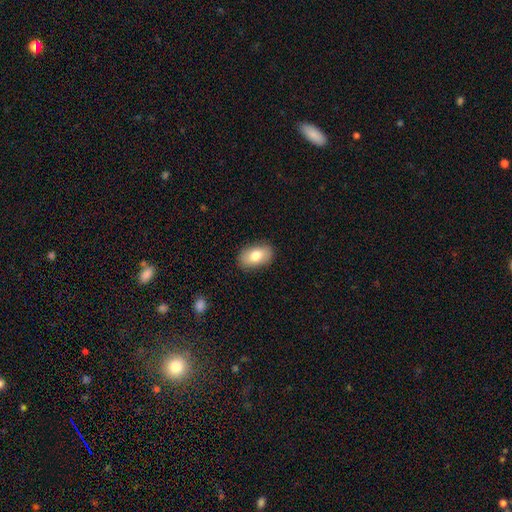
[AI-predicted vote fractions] Overall: smooth (77%). How rounded: in between (90%). Merging: none (87%).